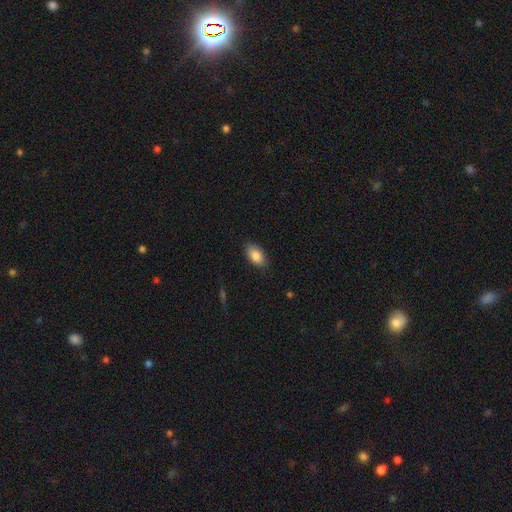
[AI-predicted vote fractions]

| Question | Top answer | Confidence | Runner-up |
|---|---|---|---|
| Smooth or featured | smooth | 85% | featured or disk (8%) |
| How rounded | in between | 92% | round (6%) |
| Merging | none | 85% | minor disturbance (12%) |